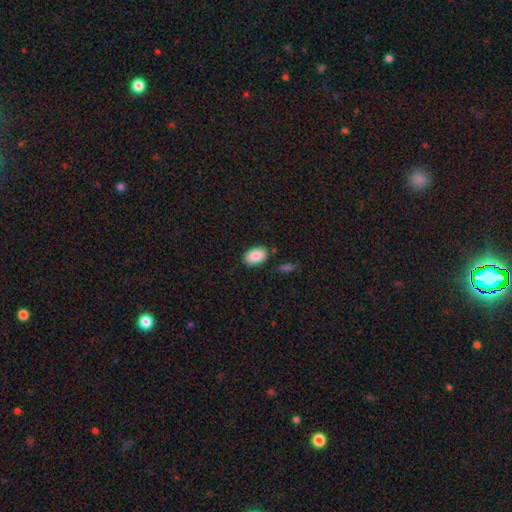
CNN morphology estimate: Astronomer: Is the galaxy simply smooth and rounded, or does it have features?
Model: smooth — 88%.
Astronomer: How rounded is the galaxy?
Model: in between — 91%.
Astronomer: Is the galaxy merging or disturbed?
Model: none — 84%.